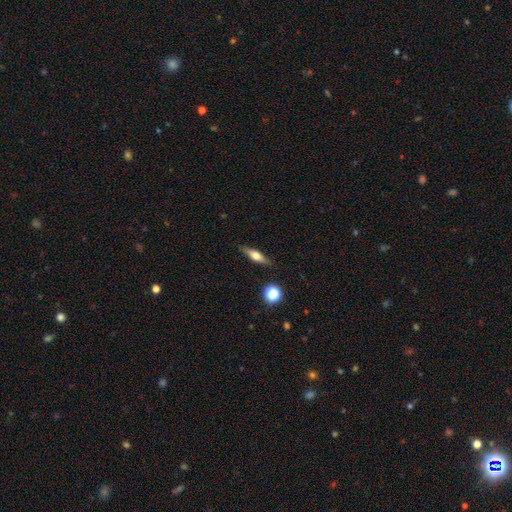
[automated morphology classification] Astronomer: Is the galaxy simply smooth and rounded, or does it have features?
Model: featured or disk — 53% (runner-up: smooth, 39%).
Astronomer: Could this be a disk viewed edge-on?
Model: yes — 94%.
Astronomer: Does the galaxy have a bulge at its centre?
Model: rounded — 91%.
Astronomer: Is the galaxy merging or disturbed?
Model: none — 87%.